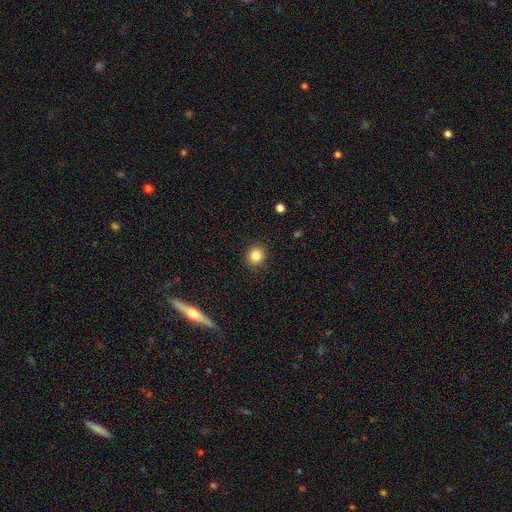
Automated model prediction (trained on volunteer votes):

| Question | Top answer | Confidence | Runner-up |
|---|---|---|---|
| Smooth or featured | smooth | 84% | star or artifact (11%) |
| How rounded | round | 91% | in between (9%) |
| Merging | none | 91% | minor disturbance (6%) |